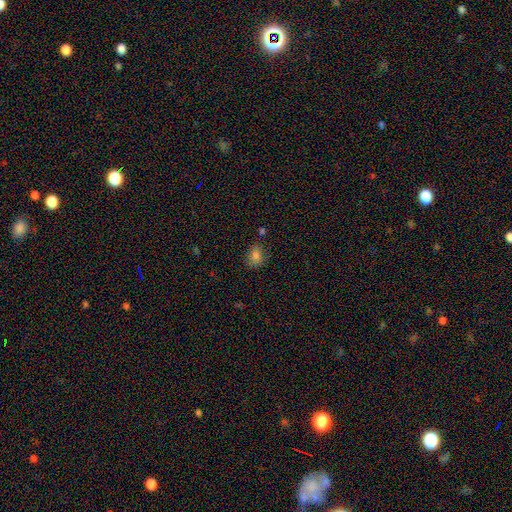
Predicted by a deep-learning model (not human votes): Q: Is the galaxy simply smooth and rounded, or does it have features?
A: smooth — 80%.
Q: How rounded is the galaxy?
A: in between — 52%.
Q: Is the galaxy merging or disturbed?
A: none — 76%.